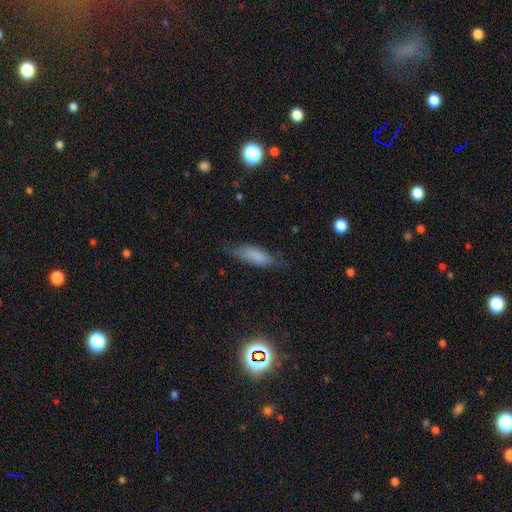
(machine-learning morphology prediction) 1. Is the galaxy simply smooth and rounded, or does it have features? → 78% smooth, 13% featured or disk, 9% star or artifact.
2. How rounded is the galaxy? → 55% in between, 42% cigar-shaped, 2% round.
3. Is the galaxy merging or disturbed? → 66% none, 25% minor disturbance, 8% major disturbance, 2% merger.